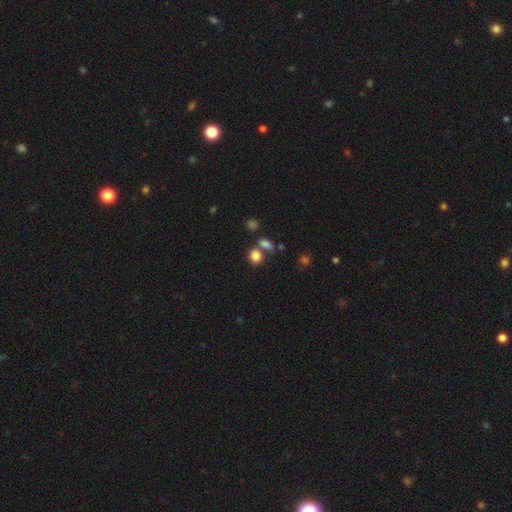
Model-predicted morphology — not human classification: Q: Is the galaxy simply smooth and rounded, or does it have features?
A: smooth — 83%.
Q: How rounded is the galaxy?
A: round — 71%.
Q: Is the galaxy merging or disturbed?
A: none — 60%.